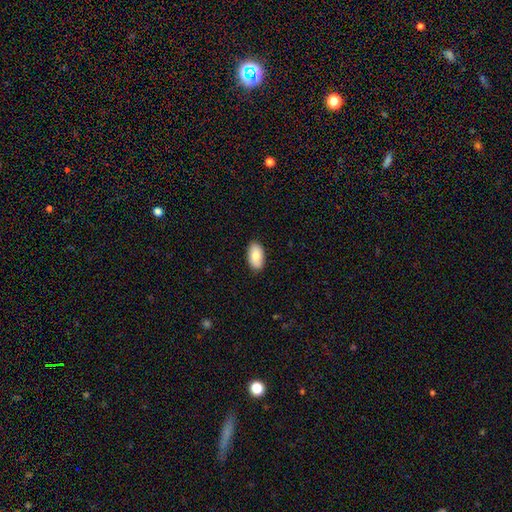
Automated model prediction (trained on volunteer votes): A smooth galaxy with no disk features (80%) that is in between round and cigar-shaped (94%).

Vote fractions:
- Smooth or featured? smooth: 80% / featured or disk: 14% / star or artifact: 6%
- How rounded? in between: 94% / round: 4% / cigar-shaped: 2%
- Merging? none: 88% / minor disturbance: 9% / major disturbance: 2% / merger: 1%